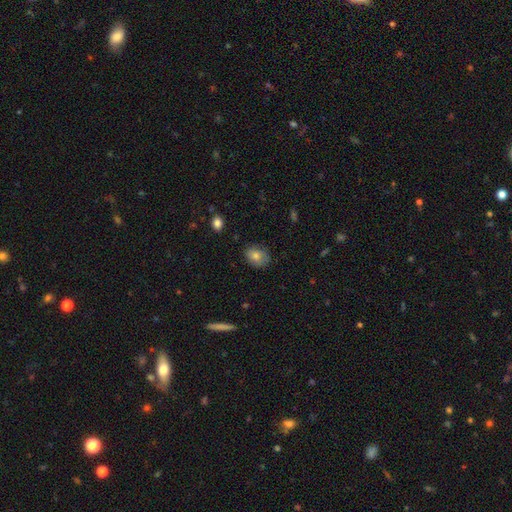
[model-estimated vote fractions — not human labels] Smooth or featured?
  - smooth: 77% *
  - featured or disk: 14%
  - star or artifact: 9%
How rounded?
  - in between: 64% *
  - round: 35%
  - cigar-shaped: 1%
Merging?
  - none: 77% *
  - minor disturbance: 18%
  - major disturbance: 4%
  - merger: 1%